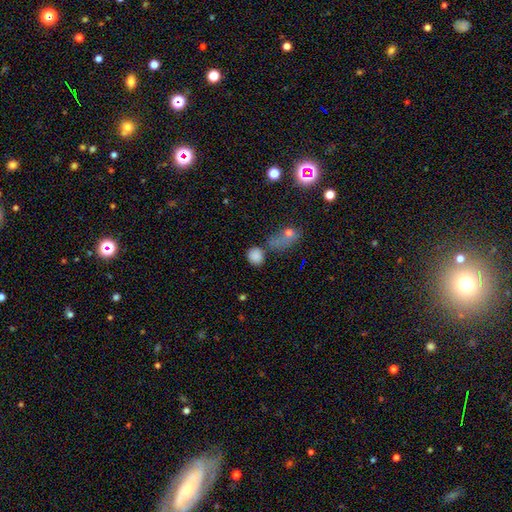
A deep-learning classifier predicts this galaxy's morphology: smooth-or-featured: smooth: 82% | star or artifact: 12% | featured or disk: 6%
  how-rounded: round: 70% | in between: 29% | cigar-shaped: 2%
  merging: none: 59% | merger: 18% | minor disturbance: 15% | major disturbance: 8%